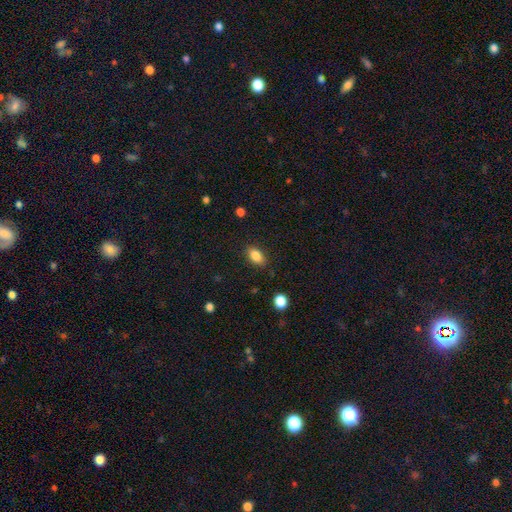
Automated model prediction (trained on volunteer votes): Smooth or featured: smooth — 86% (star or artifact — 9%)
How rounded: in between — 88% (round — 9%)
Merging: none — 86% (minor disturbance — 10%)